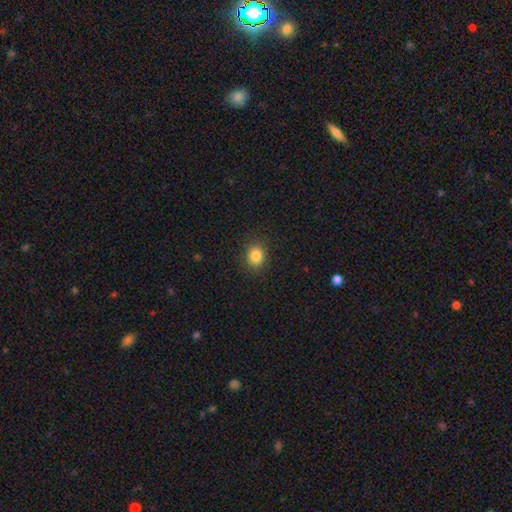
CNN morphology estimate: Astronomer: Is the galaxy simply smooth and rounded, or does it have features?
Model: smooth — 85%.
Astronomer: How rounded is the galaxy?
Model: round — 64%.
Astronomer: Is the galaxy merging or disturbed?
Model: none — 89%.